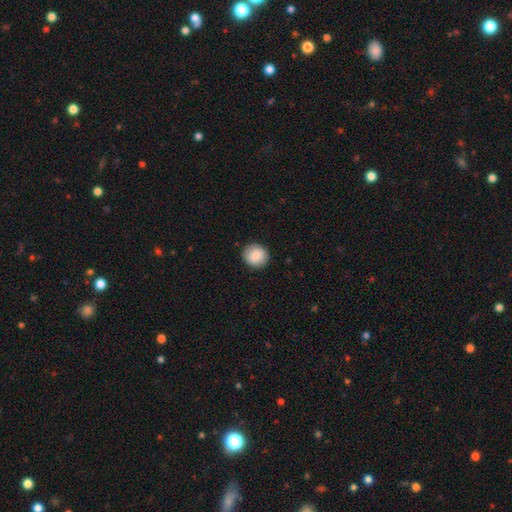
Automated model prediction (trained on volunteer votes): Q: Smooth or featured?
A: smooth (86%); runner-up: star or artifact (7%)
Q: How rounded?
A: round (90%); runner-up: in between (9%)
Q: Merging?
A: none (91%); runner-up: minor disturbance (7%)